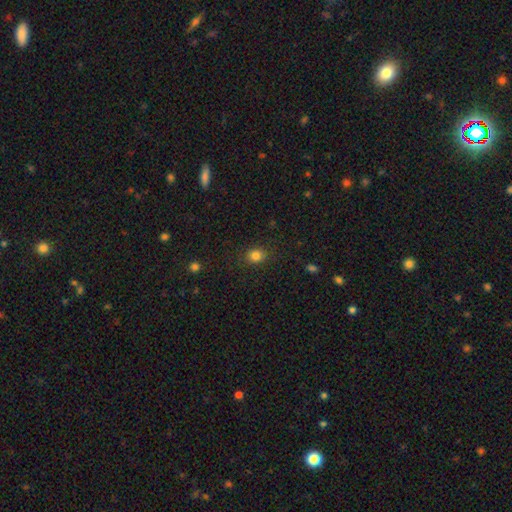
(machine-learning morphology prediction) smooth-or-featured: smooth: 83% | star or artifact: 12% | featured or disk: 5%
  how-rounded: round: 61% | in between: 38% | cigar-shaped: 1%
  merging: none: 86% | minor disturbance: 10% | major disturbance: 3% | merger: 1%